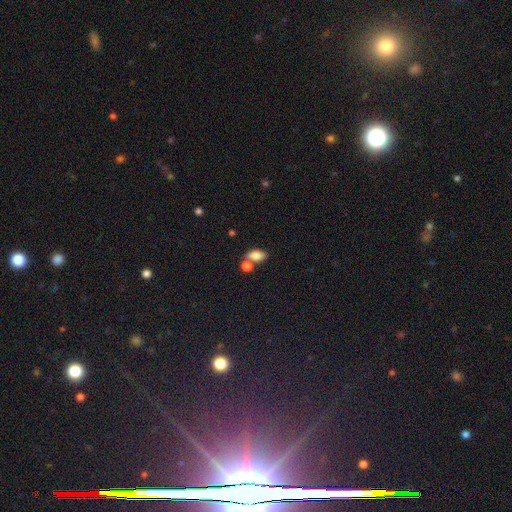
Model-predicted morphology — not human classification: A smooth galaxy with no disk features (83%) that is in between round and cigar-shaped (89%). Merging: none (54%).